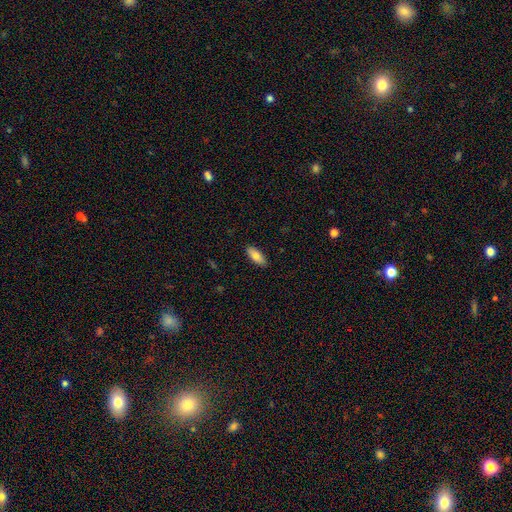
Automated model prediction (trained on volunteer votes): A smooth galaxy with no disk features (81%) that is in between round and cigar-shaped (80%).

Vote fractions:
- Smooth or featured? smooth: 81% / featured or disk: 12% / star or artifact: 6%
- How rounded? in between: 80% / cigar-shaped: 18% / round: 2%
- Merging? none: 89% / minor disturbance: 9% / major disturbance: 2% / merger: 1%